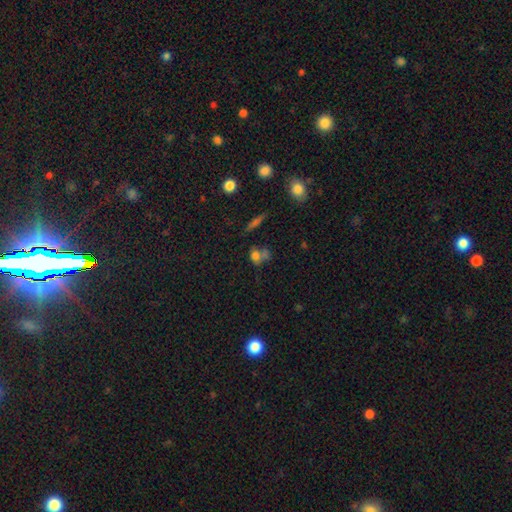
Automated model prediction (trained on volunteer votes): Smooth or featured? smooth (70%)
How rounded? round (48%, tied with in between)
Merging? none (39%)